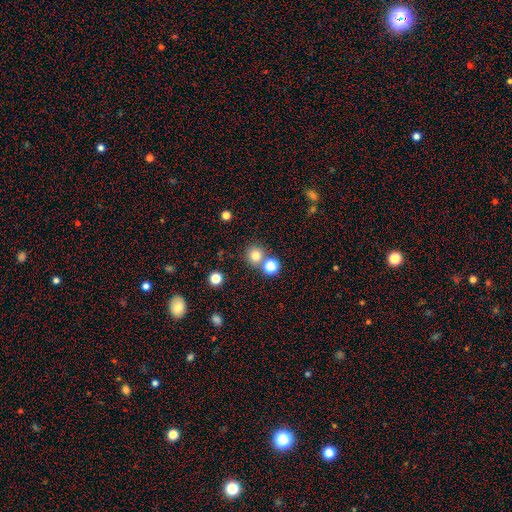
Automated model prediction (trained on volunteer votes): Smooth or featured? smooth (77%)
How rounded? round (92%)
Merging? none (71%)